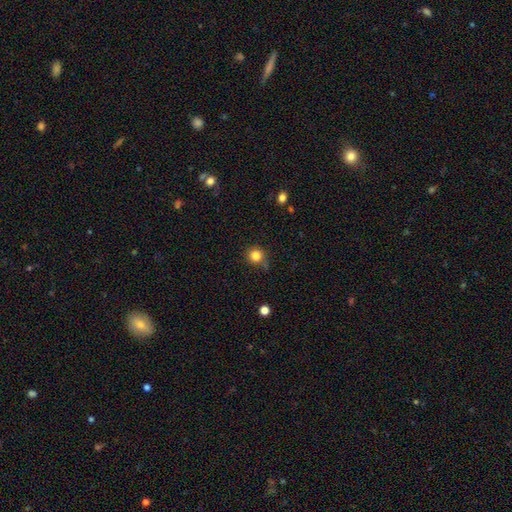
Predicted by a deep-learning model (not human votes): Smooth or featured? smooth (83%)
How rounded? round (91%)
Merging? none (74%)